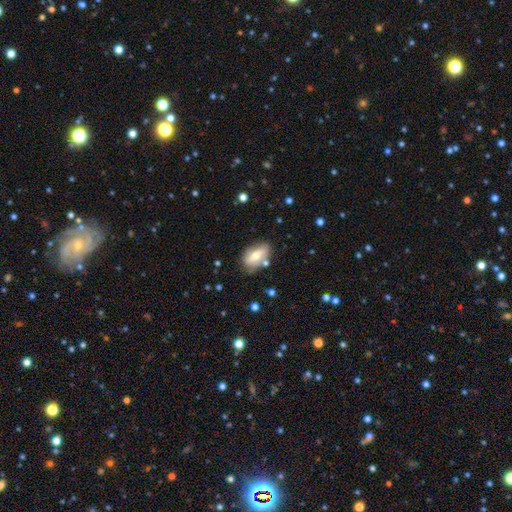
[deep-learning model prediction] A smooth galaxy with no disk features (52%) that is in between round and cigar-shaped (85%). Merging: none (73%).